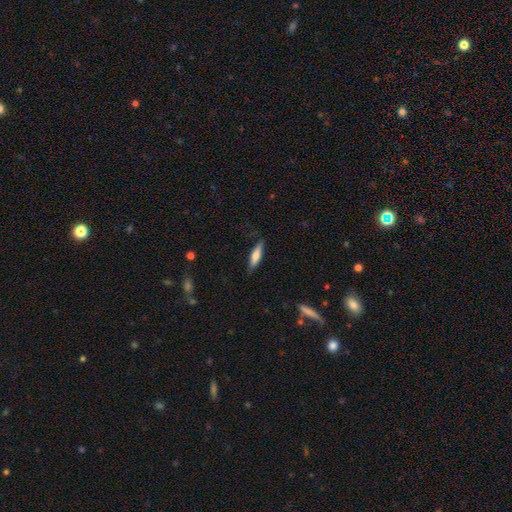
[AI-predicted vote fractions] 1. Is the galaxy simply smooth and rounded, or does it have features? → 69% smooth, 25% featured or disk, 6% star or artifact.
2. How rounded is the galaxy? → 71% cigar-shaped, 27% in between, 2% round.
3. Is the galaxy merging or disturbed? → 82% none, 14% minor disturbance, 3% major disturbance, 1% merger.